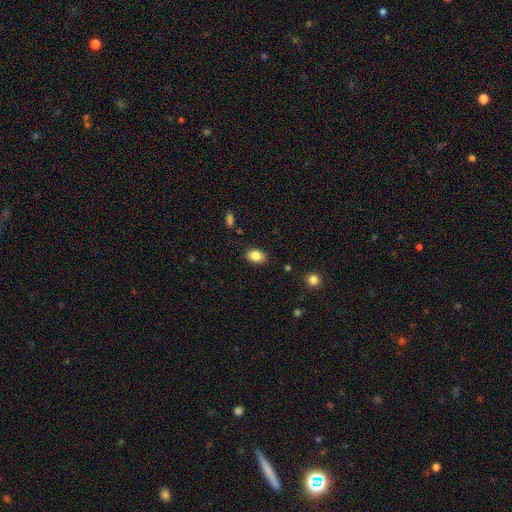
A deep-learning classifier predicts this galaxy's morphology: Smooth or featured?
  - smooth: 85% *
  - star or artifact: 8%
  - featured or disk: 6%
How rounded?
  - in between: 83% *
  - round: 16%
  - cigar-shaped: 1%
Merging?
  - none: 86% *
  - minor disturbance: 10%
  - major disturbance: 2%
  - merger: 1%